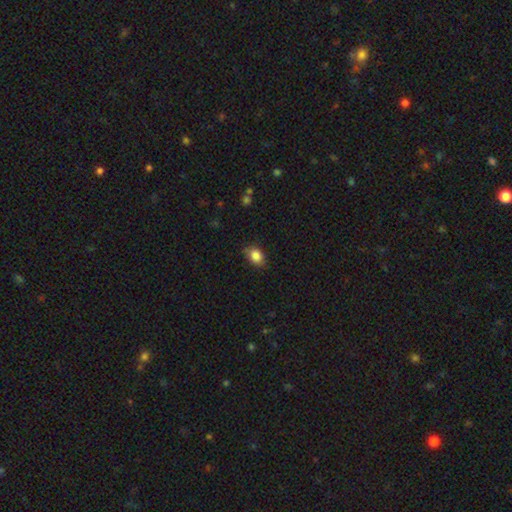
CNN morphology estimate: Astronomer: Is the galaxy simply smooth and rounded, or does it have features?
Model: smooth — 86%.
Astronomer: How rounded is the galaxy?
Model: in between — 69%.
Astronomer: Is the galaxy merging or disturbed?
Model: none — 77%.